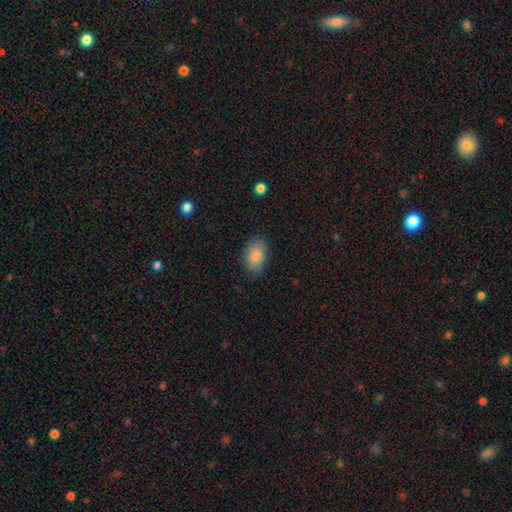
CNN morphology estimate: smooth_or_featured: smooth (p=0.87) [alt: star or artifact p=0.07]
how_rounded: in between (p=0.87) [alt: round p=0.11]
merging: none (p=0.79) [alt: minor disturbance p=0.16]